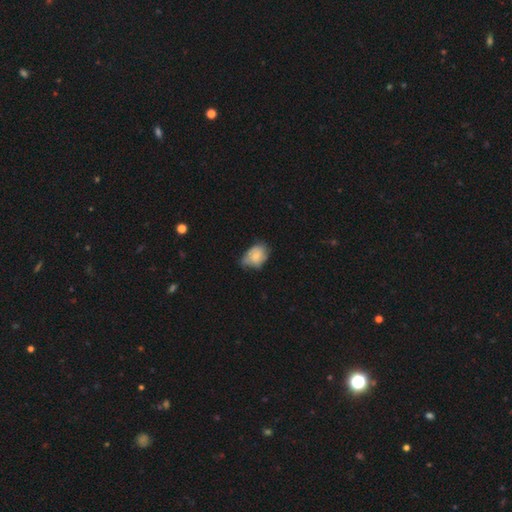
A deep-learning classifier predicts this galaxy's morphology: This is likely a smooth galaxy (63%). How rounded: likely in between (75%). Merging: marginally none (45%).